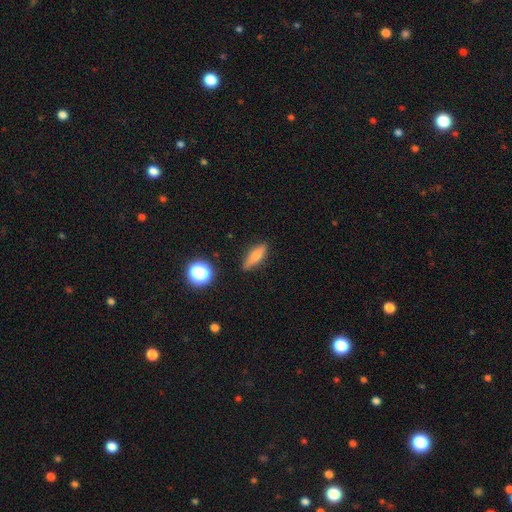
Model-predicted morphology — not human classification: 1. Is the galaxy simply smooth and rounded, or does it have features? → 68% smooth, 23% featured or disk, 9% star or artifact.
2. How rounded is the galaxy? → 59% cigar-shaped, 36% in between, 4% round.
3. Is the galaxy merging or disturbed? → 83% none, 13% minor disturbance, 3% major disturbance, 2% merger.